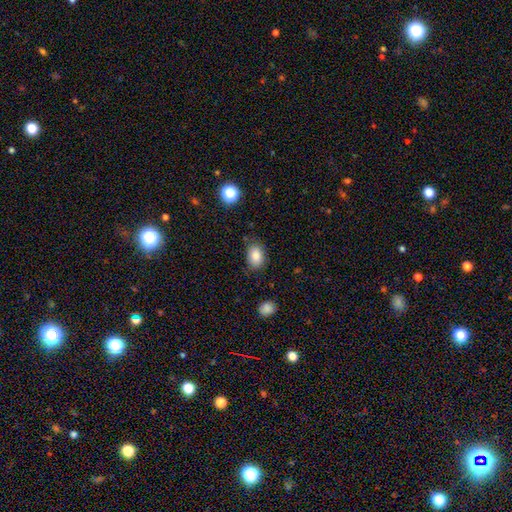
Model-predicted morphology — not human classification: The model was most divided on "merging": none: 78%, minor disturbance: 16%, major disturbance: 4%, merger: 2%. More confident: smooth or featured — smooth (86%); how rounded — in between (83%).